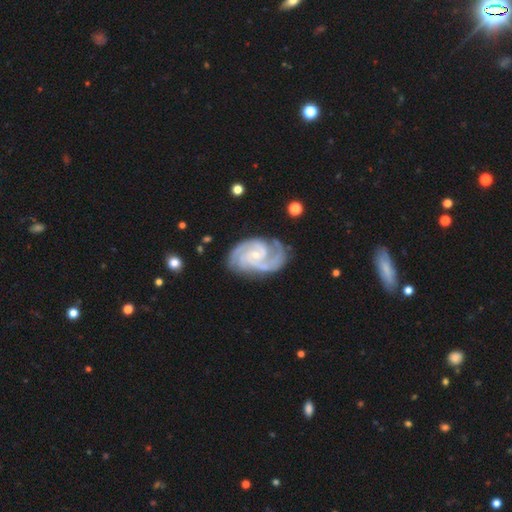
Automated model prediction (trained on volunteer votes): A featured or disk galaxy (93%) with no bar (56%), 2 (44%) tight (56%) spiral arms (99%) and a small central bulge (77%).

Vote fractions:
- Smooth or featured? featured or disk: 93% / star or artifact: 4% / smooth: 3%
- Edge-on disk? no: 98% / yes: 2%
- Bar? no: 56% / weak: 34% / strong: 10%
- Spiral arms? yes: 99% / no: 1%
- Spiral winding? tight: 56% / medium: 39% / loose: 5%
- Spiral arm count? 2: 44% / 3: 35% / can't tell: 6% / 4: 6% / 1: 4% / more than 4: 4%
- Bulge size? small: 77% / moderate: 19% / none: 3% / large: 1% / dominant: 1%
- Merging? none: 75% / minor disturbance: 17% / major disturbance: 6% / merger: 2%